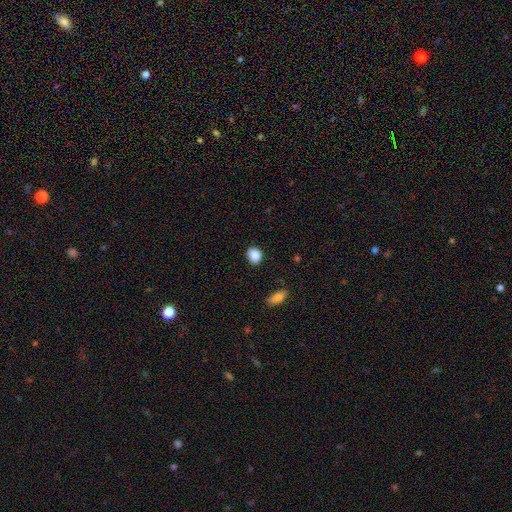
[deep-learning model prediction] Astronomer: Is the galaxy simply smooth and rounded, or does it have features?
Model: smooth — 87%.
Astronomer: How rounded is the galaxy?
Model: round — 56% (runner-up: in between, 43%).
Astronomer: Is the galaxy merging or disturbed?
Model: none — 84%.